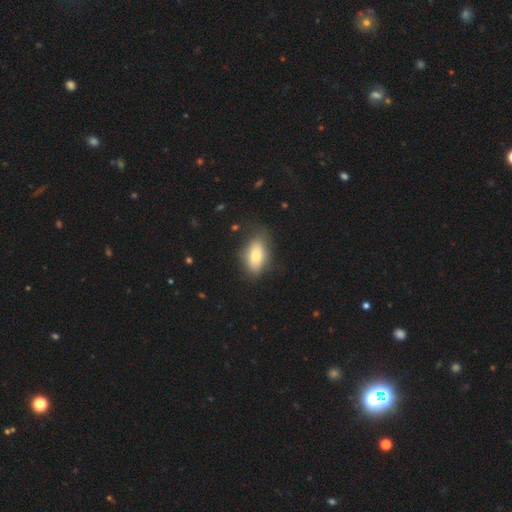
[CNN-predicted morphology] A smooth galaxy with no disk features (77%) that is in between round and cigar-shaped (88%). Merging: none (68%).